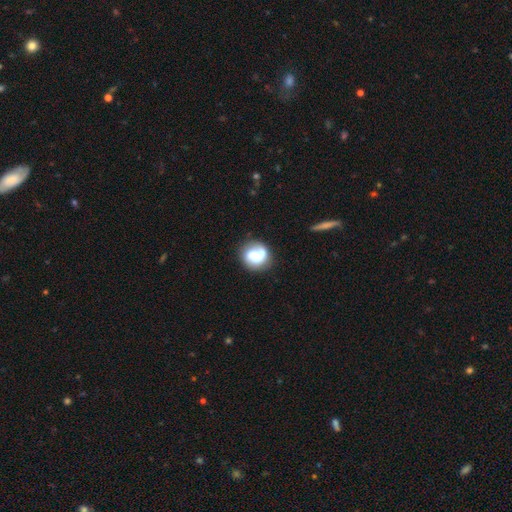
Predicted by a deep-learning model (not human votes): Overall: smooth (52%; featured or disk 40%). How rounded: round (80%). Merging: none (61%).